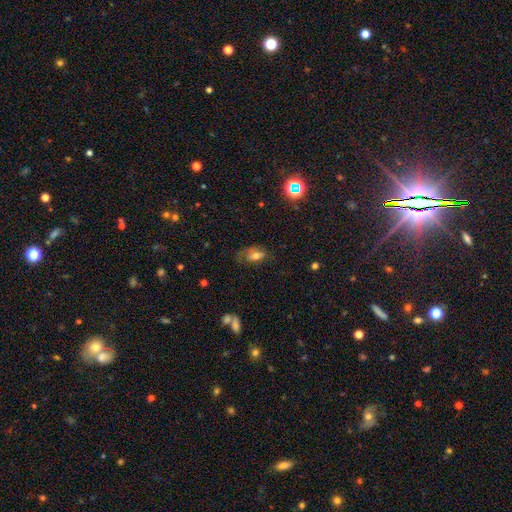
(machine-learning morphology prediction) This appears to be a smooth galaxy with no disk features (61%) that is in between round and cigar-shaped (85%). Merging: none (43%).